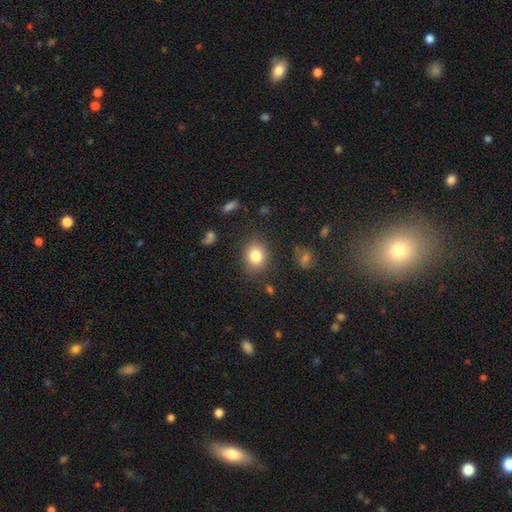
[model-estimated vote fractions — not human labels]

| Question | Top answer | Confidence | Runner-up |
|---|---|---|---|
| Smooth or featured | smooth | 82% | star or artifact (10%) |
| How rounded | round | 66% | in between (33%) |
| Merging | none | 85% | minor disturbance (10%) |